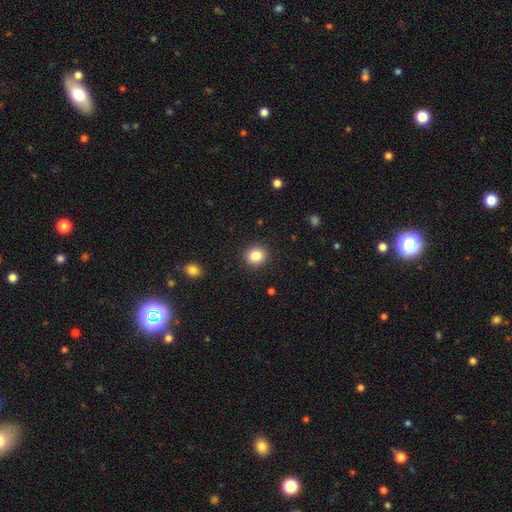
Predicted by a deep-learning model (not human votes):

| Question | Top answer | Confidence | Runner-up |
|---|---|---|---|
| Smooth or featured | smooth | 85% | star or artifact (10%) |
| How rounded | round | 85% | in between (14%) |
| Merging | none | 91% | minor disturbance (6%) |